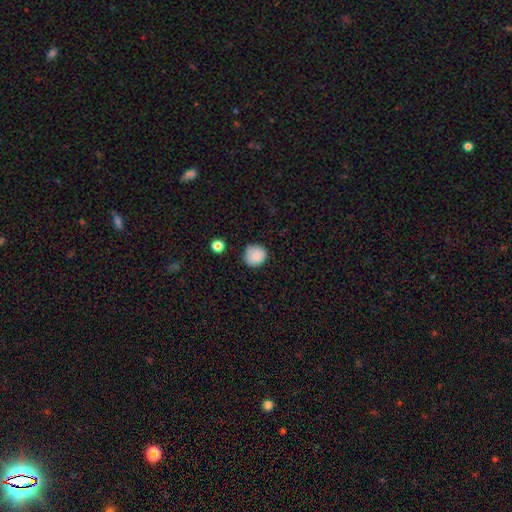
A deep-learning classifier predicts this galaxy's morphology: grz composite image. It shows a smooth galaxy with no disk features (87%) that is round (89%). Merging: none (82%).